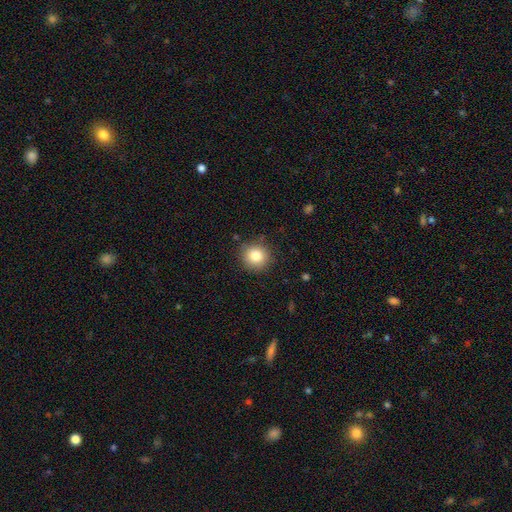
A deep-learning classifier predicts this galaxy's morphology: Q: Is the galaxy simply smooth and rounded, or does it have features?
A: smooth — 83%.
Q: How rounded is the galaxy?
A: round — 91%.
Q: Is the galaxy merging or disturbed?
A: none — 87%.